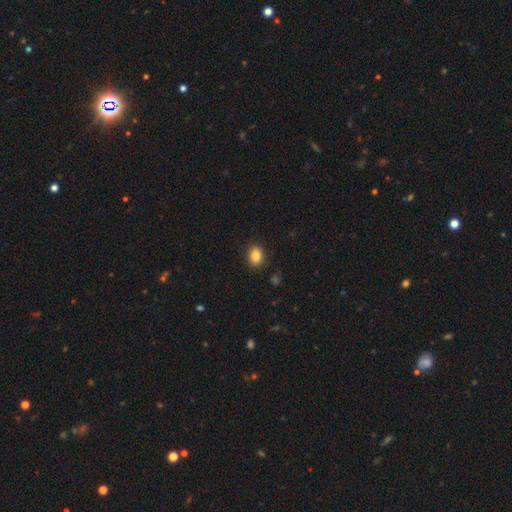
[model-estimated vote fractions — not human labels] This is clearly a smooth galaxy (85%). How rounded: likely in between (64%). Merging: clearly none (88%).